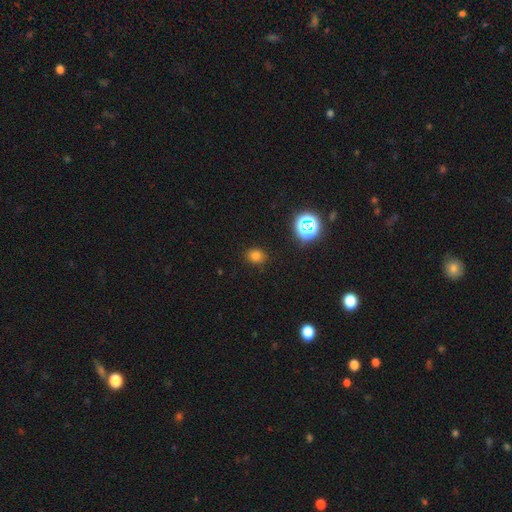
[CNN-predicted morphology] This is likely a smooth galaxy (75%). How rounded: likely round (66%). Merging: clearly none (86%).